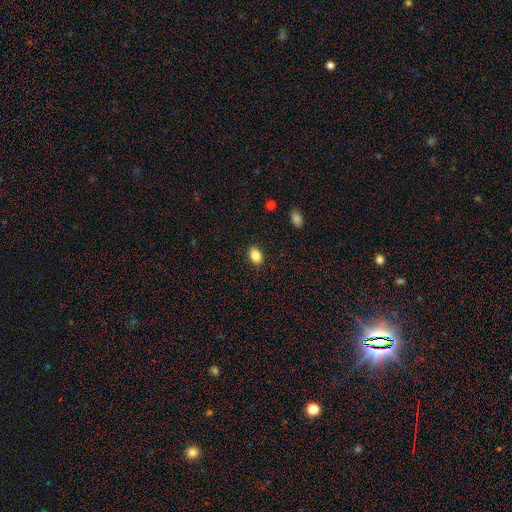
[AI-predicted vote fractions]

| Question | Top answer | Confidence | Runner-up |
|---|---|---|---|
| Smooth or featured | smooth | 84% | star or artifact (9%) |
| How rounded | in between | 82% | round (17%) |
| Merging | none | 87% | minor disturbance (10%) |